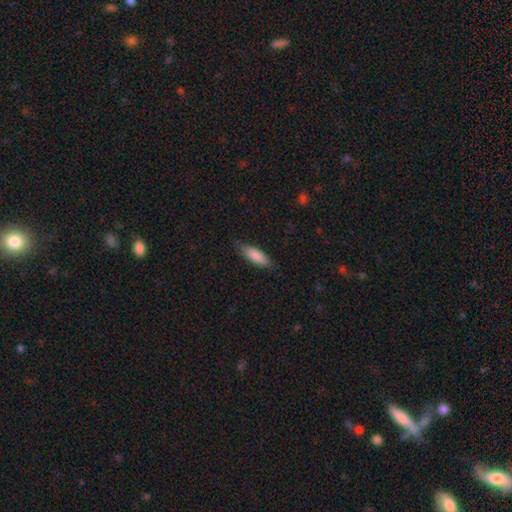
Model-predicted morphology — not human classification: Overall: smooth (85%). How rounded: in between (59%; cigar-shaped 39%). Merging: none (78%).